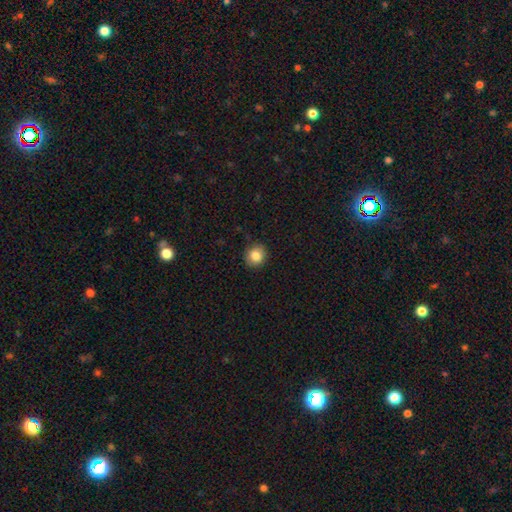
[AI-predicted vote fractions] The model was most divided on "how rounded": round: 83%, in between: 16%, cigar-shaped: 1%. More confident: merging — none (87%); smooth or featured — smooth (84%).